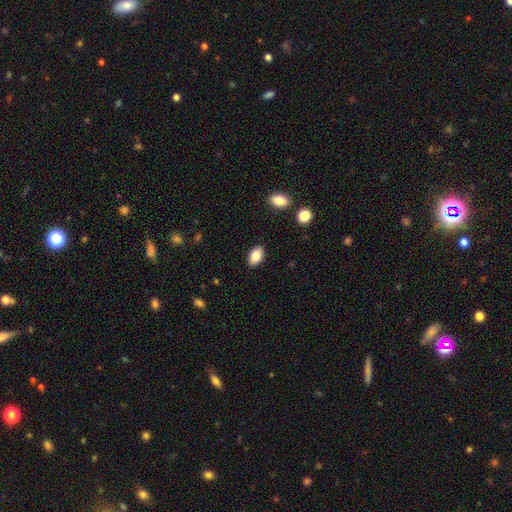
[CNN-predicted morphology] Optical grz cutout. It shows a smooth galaxy with no disk features (86%) that is in between round and cigar-shaped (91%). Merging: none (88%).